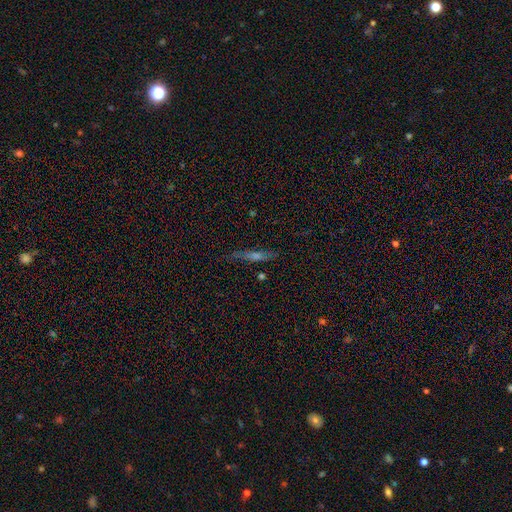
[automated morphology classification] Smooth or featured?
  - featured or disk: 51% *
  - smooth: 32%
  - star or artifact: 16%
Edge-on disk?
  - yes: 84% *
  - no: 16%
Merging?
  - none: 77% *
  - minor disturbance: 16%
  - major disturbance: 5%
  - merger: 3%